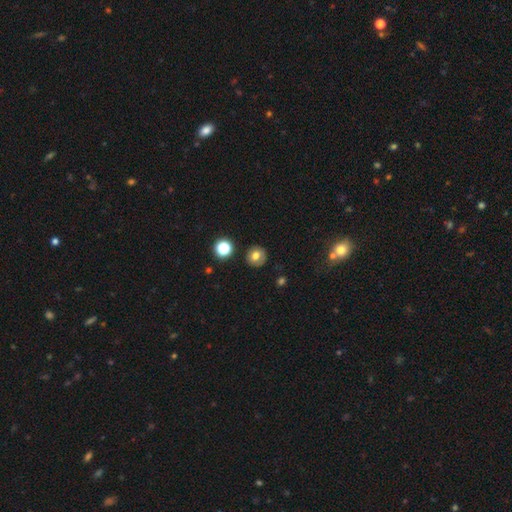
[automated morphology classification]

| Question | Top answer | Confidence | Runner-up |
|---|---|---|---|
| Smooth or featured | smooth | 70% | featured or disk (18%) |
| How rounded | round | 90% | in between (9%) |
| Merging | none | 88% | minor disturbance (8%) |